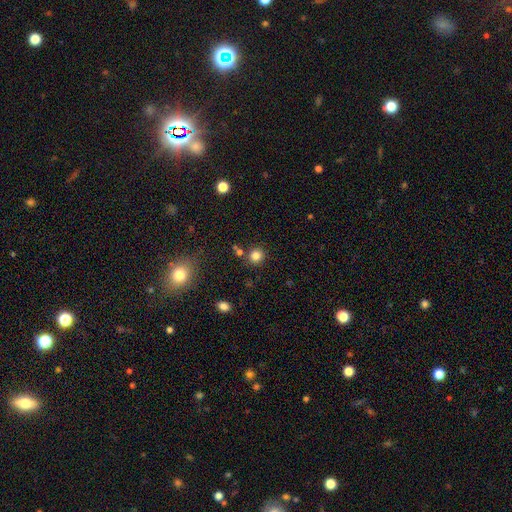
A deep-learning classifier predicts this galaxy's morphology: Smooth or featured? smooth (81%)
How rounded? round (90%)
Merging? none (83%)